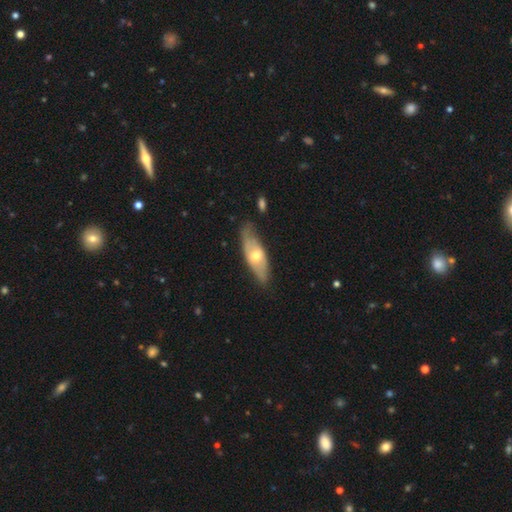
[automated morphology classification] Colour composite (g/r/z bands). It shows a featured or disk galaxy (52%). Merging: none (68%).